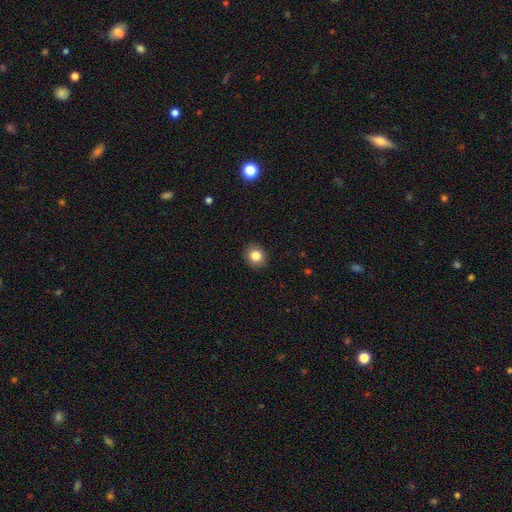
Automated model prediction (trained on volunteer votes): The model was most divided on "how rounded": round: 80%, in between: 19%, cigar-shaped: 1%. More confident: merging — none (91%); smooth or featured — smooth (84%).